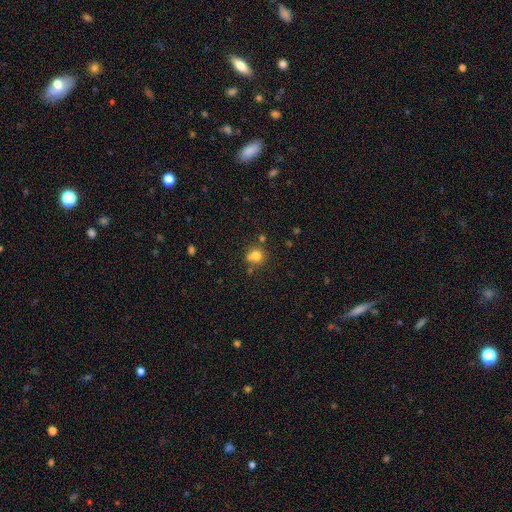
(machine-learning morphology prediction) smooth-or-featured: smooth: 77% | star or artifact: 13% | featured or disk: 10%
  how-rounded: round: 88% | in between: 12% | cigar-shaped: 1%
  merging: none: 63% | merger: 20% | minor disturbance: 13% | major disturbance: 4%